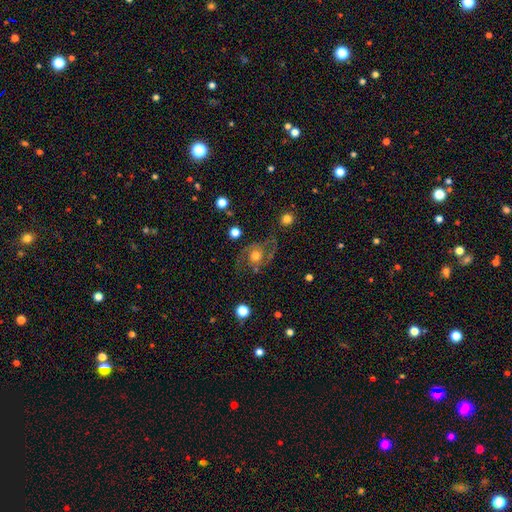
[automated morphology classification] A featured or disk galaxy (69%) with no bar (77%), 2 (85%) medium (50%) spiral arms (86%) and a moderate central bulge (67%). Merging: none (61%).